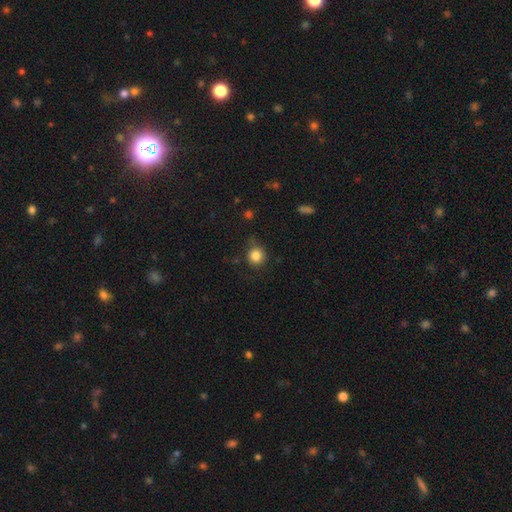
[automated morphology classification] smooth_or_featured: smooth (p=0.84) [alt: star or artifact p=0.11]
how_rounded: round (p=0.91) [alt: in between p=0.08]
merging: none (p=0.80) [alt: minor disturbance p=0.14]